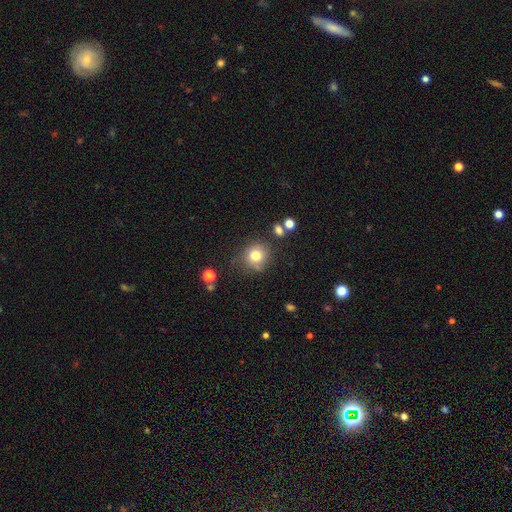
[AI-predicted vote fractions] A smooth galaxy with no disk features (78%) that is round (86%). Merging: none (74%).